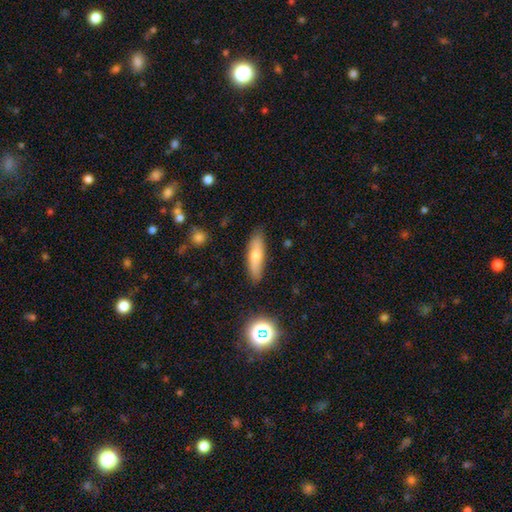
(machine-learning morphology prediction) Smooth or featured?
  - smooth: 63% *
  - featured or disk: 28%
  - star or artifact: 9%
How rounded?
  - cigar-shaped: 61% *
  - in between: 36%
  - round: 3%
Merging?
  - none: 86% *
  - minor disturbance: 11%
  - major disturbance: 2%
  - merger: 2%